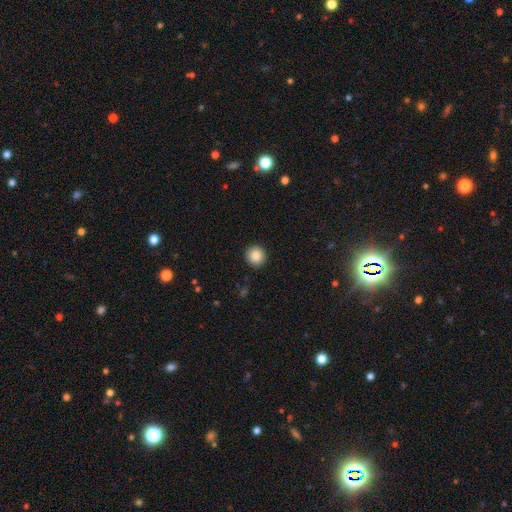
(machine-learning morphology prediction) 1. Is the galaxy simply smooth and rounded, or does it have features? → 88% smooth, 9% star or artifact, 3% featured or disk.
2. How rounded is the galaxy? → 94% round, 5% in between, 1% cigar-shaped.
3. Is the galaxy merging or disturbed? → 92% none, 5% minor disturbance, 2% major disturbance, 1% merger.